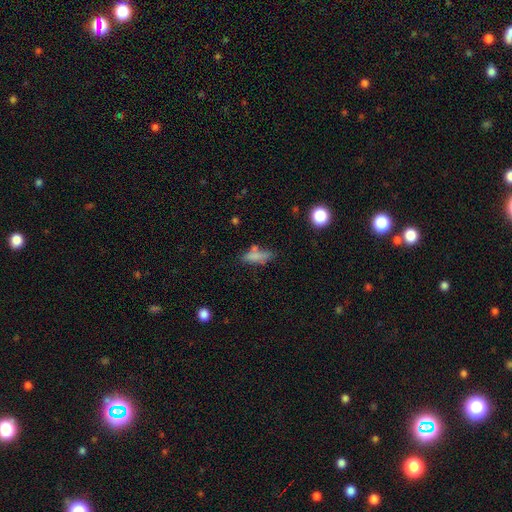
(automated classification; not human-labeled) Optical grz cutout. It shows a smooth galaxy with no disk features (69%) that is in between round and cigar-shaped (58%). Merging: none (54%).